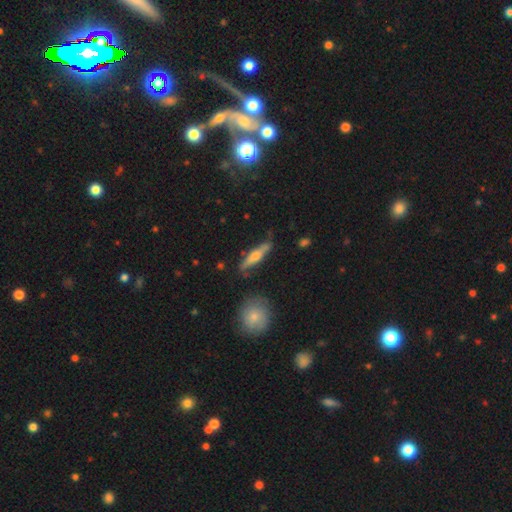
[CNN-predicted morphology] The model was most divided on "smooth or featured": featured or disk: 51%, smooth: 43%, star or artifact: 6%. More confident: edge-on disk — yes (91%); merging — none (78%).